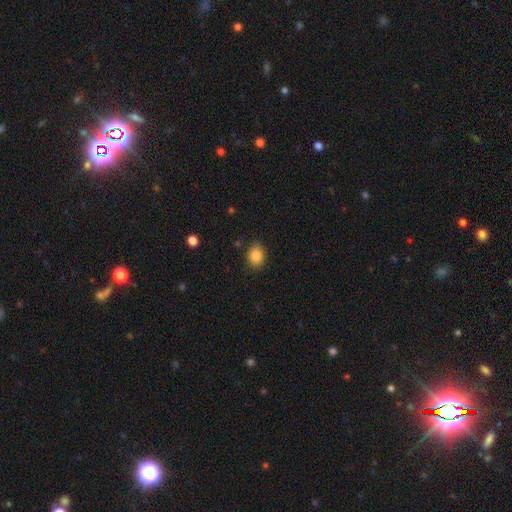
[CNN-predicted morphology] The model was most divided on "how rounded": in between: 54%, round: 45%, cigar-shaped: 1%. More confident: smooth or featured — smooth (86%); merging — none (80%).